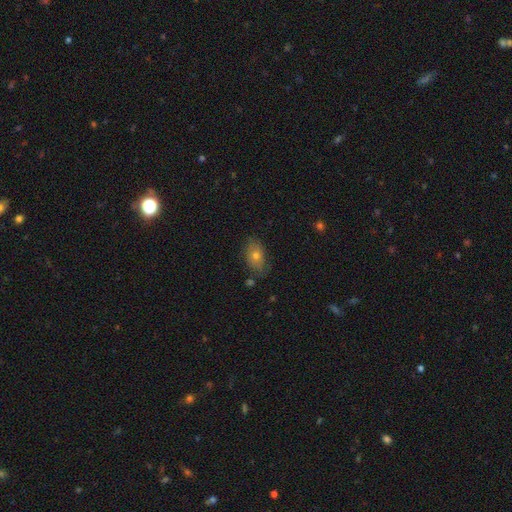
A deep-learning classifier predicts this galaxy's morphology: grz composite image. It shows a smooth galaxy with no disk features (62%) that is in between round and cigar-shaped (84%). Merging: none (76%).